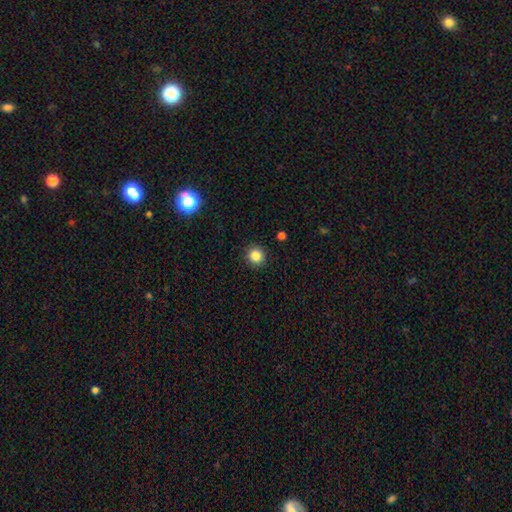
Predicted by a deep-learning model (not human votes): A smooth galaxy with no disk features (85%) that is round (91%).

Vote fractions:
- Smooth or featured? smooth: 85% / star or artifact: 11% / featured or disk: 4%
- How rounded? round: 91% / in between: 8% / cigar-shaped: 1%
- Merging? none: 91% / minor disturbance: 6% / major disturbance: 2% / merger: 1%